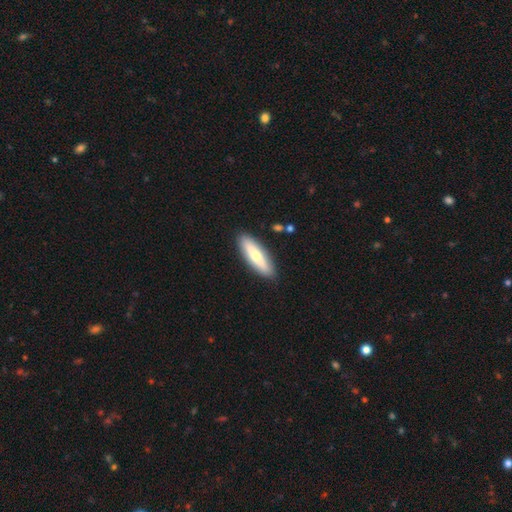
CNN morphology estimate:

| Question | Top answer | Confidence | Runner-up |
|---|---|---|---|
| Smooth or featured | smooth | 62% | featured or disk (33%) |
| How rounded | cigar-shaped | 57% | in between (41%) |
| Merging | none | 88% | minor disturbance (8%) |